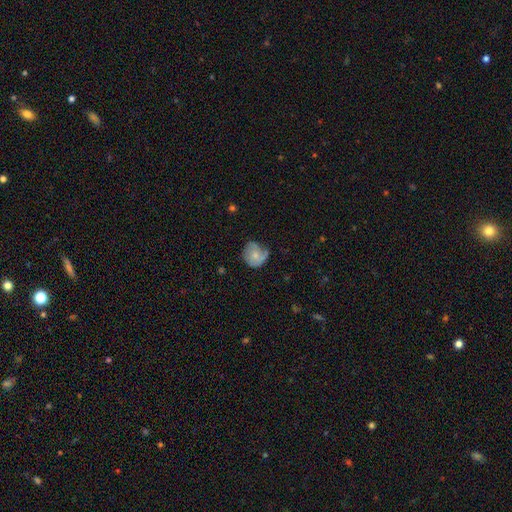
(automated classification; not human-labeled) Smooth or featured?
  - smooth: 58% *
  - featured or disk: 34%
  - star or artifact: 8%
How rounded?
  - round: 75% *
  - in between: 24%
  - cigar-shaped: 1%
Merging?
  - none: 45% *
  - minor disturbance: 35%
  - major disturbance: 16%
  - merger: 3%